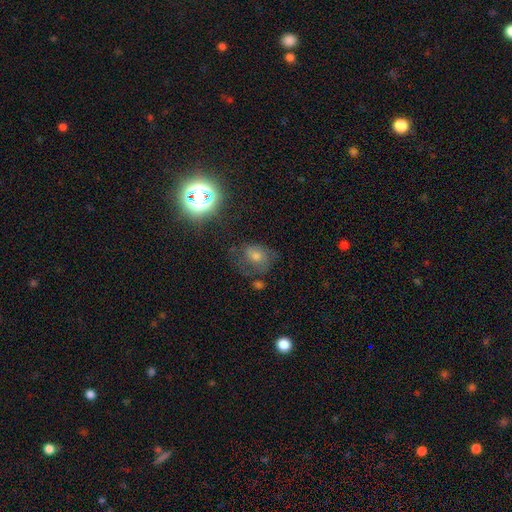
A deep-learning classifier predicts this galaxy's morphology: Smooth or featured? smooth (44%)
Merging? none (57%)